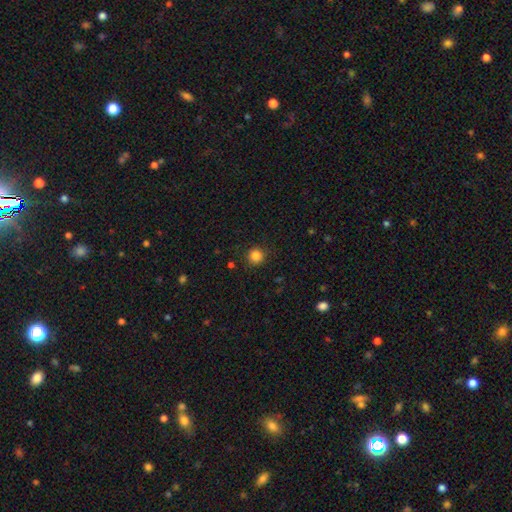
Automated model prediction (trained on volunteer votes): Smooth or featured? Predicted: smooth (p=0.85). How rounded? Predicted: round (p=0.94). Merging? Predicted: none (p=0.90).